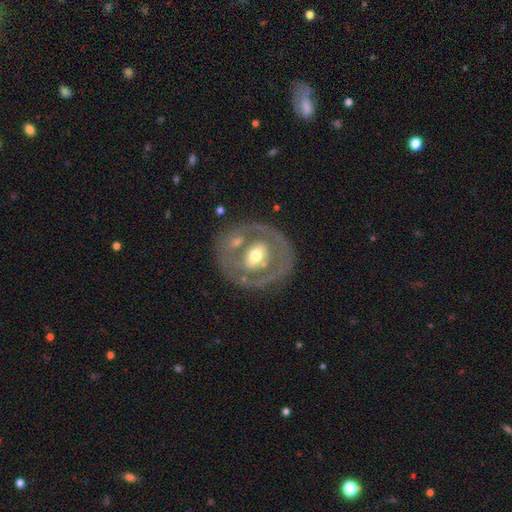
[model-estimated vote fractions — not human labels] featured or disk 64%, smooth 31%, star or artifact 5%. Down the decision tree: edge-on disk — no (95%); bar — no (57%); spiral arms — no (77%); bulge size — moderate (69%); merging — none (71%).